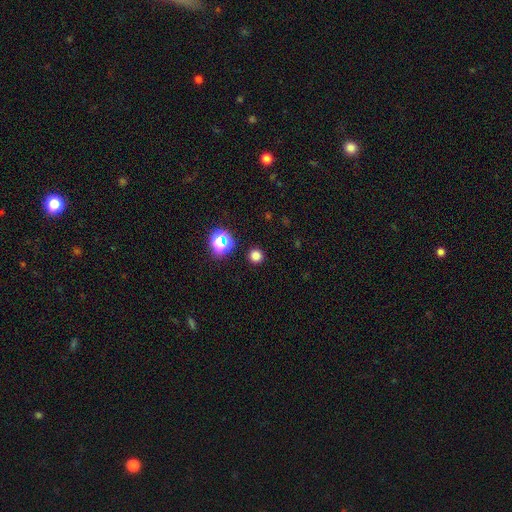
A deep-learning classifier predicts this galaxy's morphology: Smooth or featured? smooth (77%)
How rounded? round (94%)
Merging? none (91%)